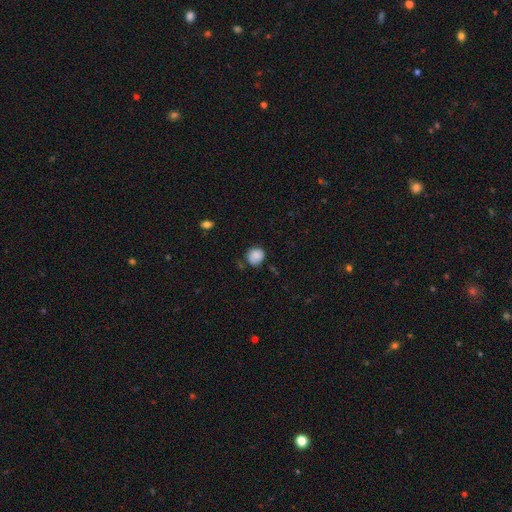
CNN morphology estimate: The model was most divided on "merging": none: 72%, minor disturbance: 20%, major disturbance: 4%, merger: 3%. More confident: smooth or featured — smooth (86%); how rounded — round (86%).